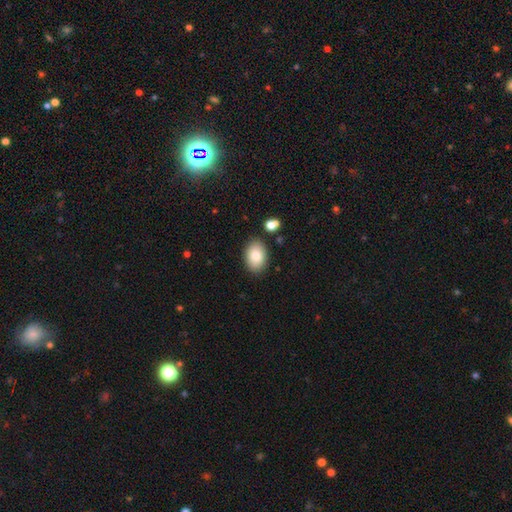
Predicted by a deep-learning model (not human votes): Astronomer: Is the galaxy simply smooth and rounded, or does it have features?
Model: smooth — 84%.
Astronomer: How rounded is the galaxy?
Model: in between — 88%.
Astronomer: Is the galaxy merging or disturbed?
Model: none — 85%.